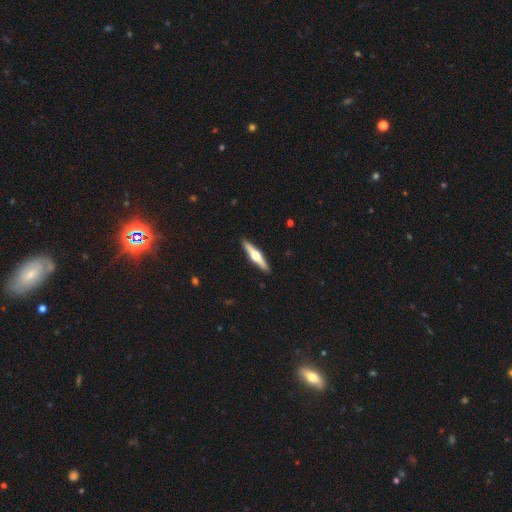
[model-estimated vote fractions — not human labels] Morphology: type=featured or disk (66%); edge-on=yes (97%); edge-on bulge=rounded (95%); merging=none (92%).